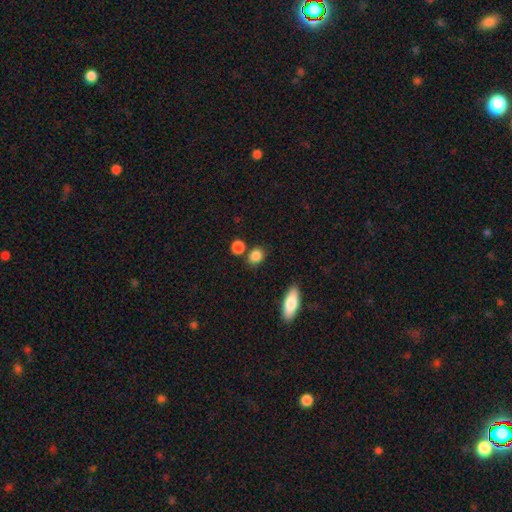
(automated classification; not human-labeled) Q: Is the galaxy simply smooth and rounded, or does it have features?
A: smooth — 85%.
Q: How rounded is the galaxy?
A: round — 63%.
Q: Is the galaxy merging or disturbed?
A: none — 73%.